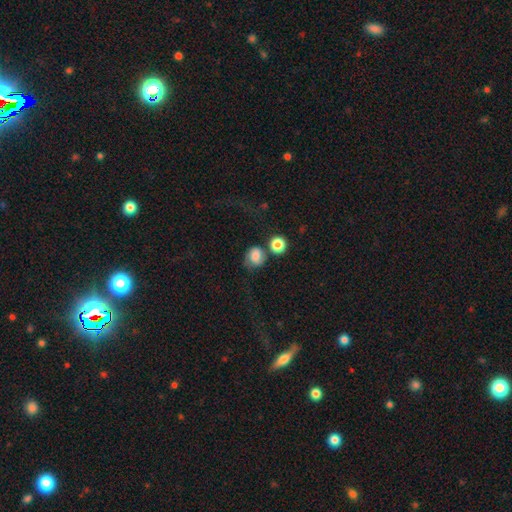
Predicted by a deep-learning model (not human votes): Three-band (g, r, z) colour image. It shows a smooth galaxy with no disk features (70%) that is round (73%). Merging: none (45%).